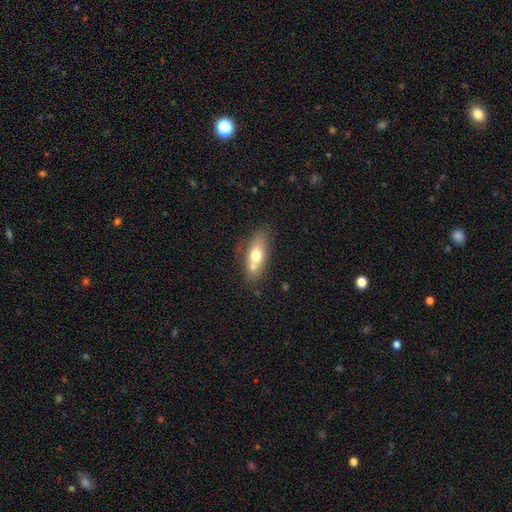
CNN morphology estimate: This appears to be a smooth galaxy with no disk features (64%) that is in between round and cigar-shaped (75%). Merging: none (50%).